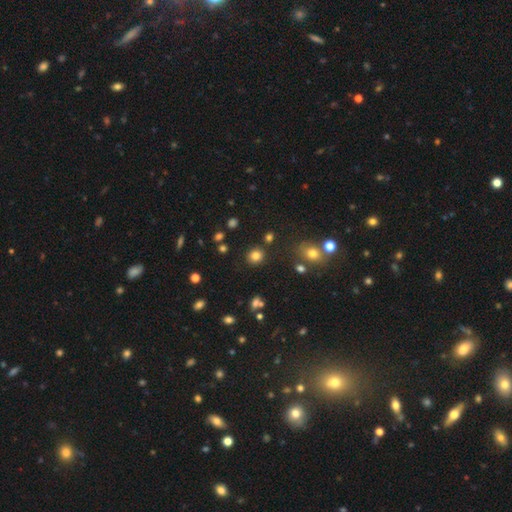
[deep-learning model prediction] Smooth or featured: smooth — 81% (star or artifact — 14%)
How rounded: round — 85% (in between — 14%)
Merging: none — 86% (minor disturbance — 8%)